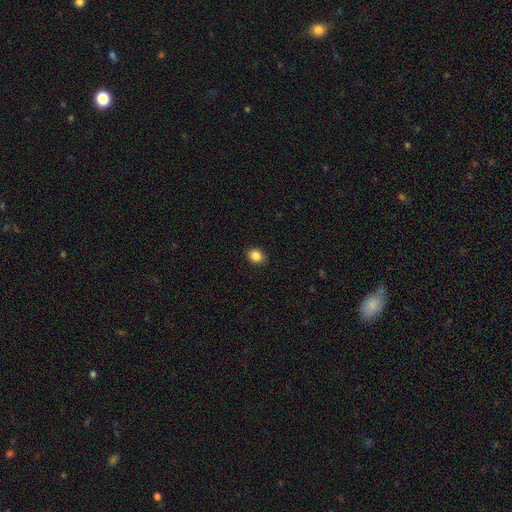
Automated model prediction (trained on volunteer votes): smooth-or-featured: smooth: 87% | star or artifact: 10% | featured or disk: 3%
  how-rounded: round: 55% | in between: 44% | cigar-shaped: 1%
  merging: none: 90% | minor disturbance: 7% | major disturbance: 2% | merger: 1%